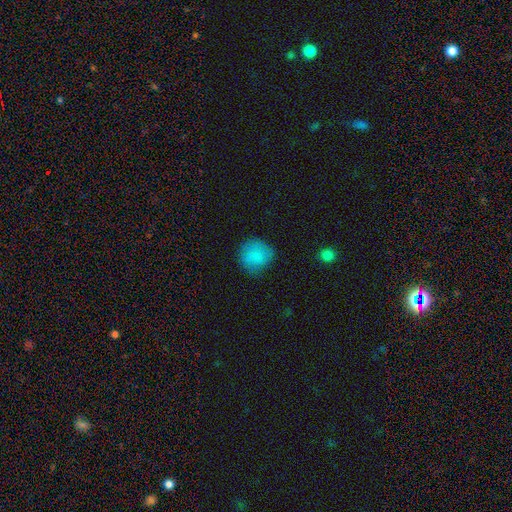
Smooth or featured?
  - smooth: 82% *
  - star or artifact: 12%
  - featured or disk: 5%
How rounded?
  - round: 91% *
  - in between: 9%
  - cigar-shaped: 0%
Merging?
  - none: 57% *
  - minor disturbance: 43%
  - major disturbance: 0%
  - merger: 0%